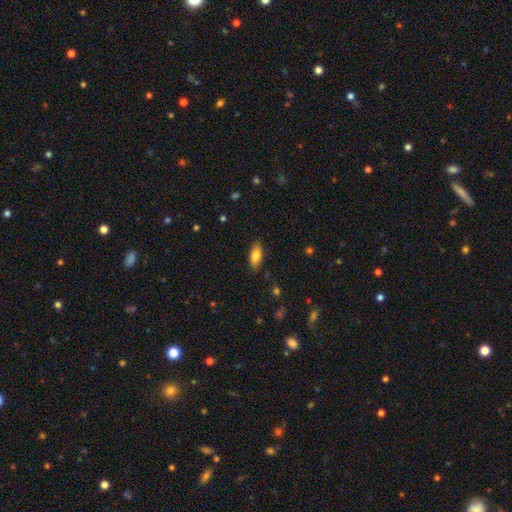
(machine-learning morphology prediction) A smooth galaxy with no disk features (83%) that is in between round and cigar-shaped (86%). Merging: none (85%).